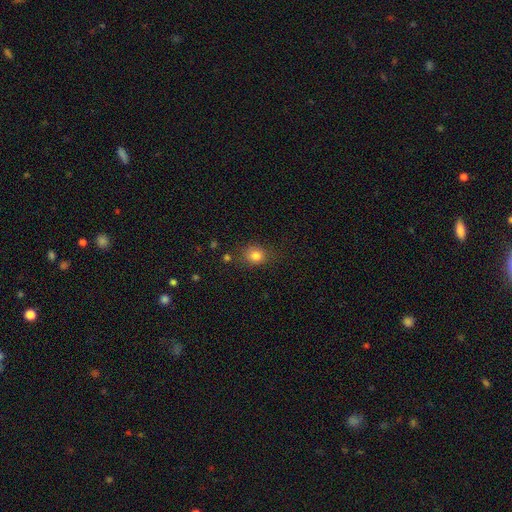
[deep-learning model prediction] smooth_or_featured: smooth (p=0.82) [alt: star or artifact p=0.12]
how_rounded: round (p=0.69) [alt: in between p=0.30]
merging: none (p=0.77) [alt: minor disturbance p=0.15]